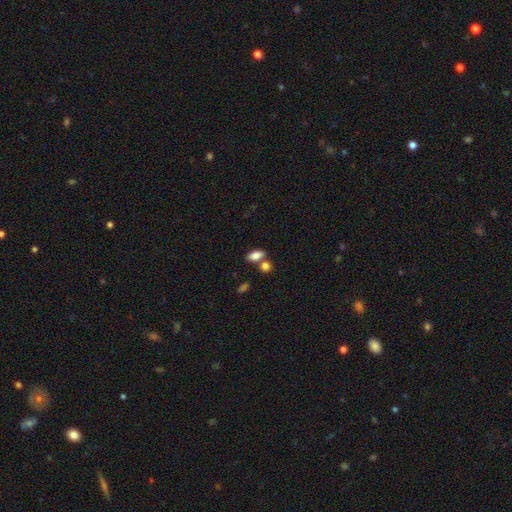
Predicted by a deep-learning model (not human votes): A smooth galaxy with no disk features (83%) that is in between round and cigar-shaped (87%).

Vote fractions:
- Smooth or featured? smooth: 83% / featured or disk: 9% / star or artifact: 8%
- How rounded? in between: 87% / round: 8% / cigar-shaped: 5%
- Merging? none: 60% / merger: 25% / minor disturbance: 11% / major disturbance: 4%